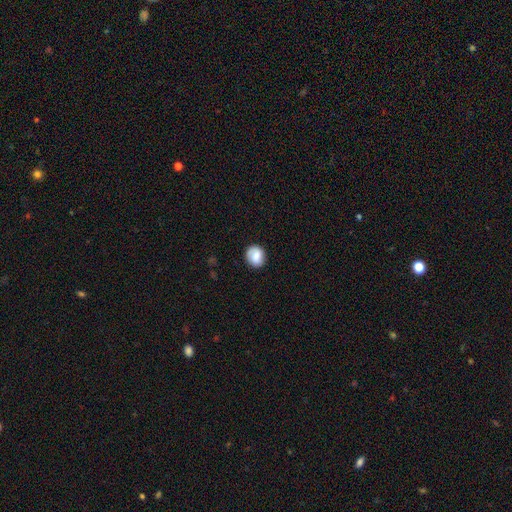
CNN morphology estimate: Smooth or featured?
  - smooth: 77% *
  - featured or disk: 15%
  - star or artifact: 8%
How rounded?
  - round: 70% *
  - in between: 29%
  - cigar-shaped: 1%
Merging?
  - none: 81% *
  - minor disturbance: 14%
  - major disturbance: 4%
  - merger: 1%